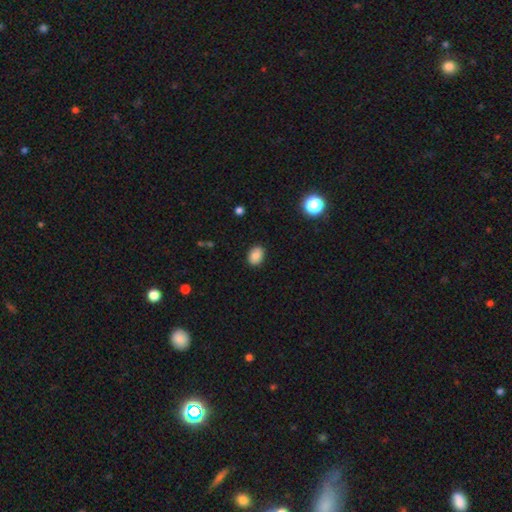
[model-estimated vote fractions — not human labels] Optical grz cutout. It shows a smooth galaxy with no disk features (85%) that is in between round and cigar-shaped (70%). Merging: none (88%).